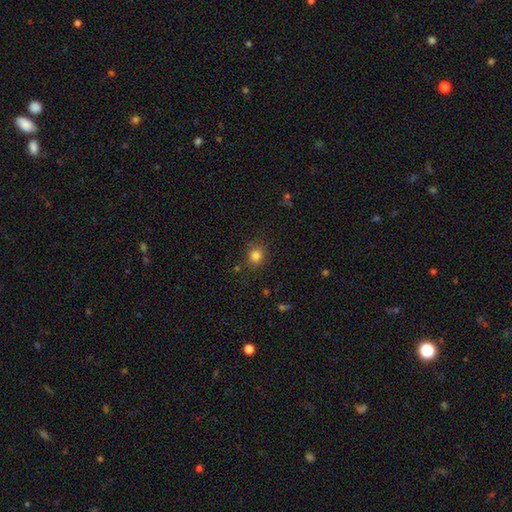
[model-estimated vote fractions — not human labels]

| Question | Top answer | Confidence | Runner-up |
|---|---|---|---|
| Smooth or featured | smooth | 82% | star or artifact (13%) |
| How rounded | round | 80% | in between (19%) |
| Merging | none | 82% | minor disturbance (12%) |